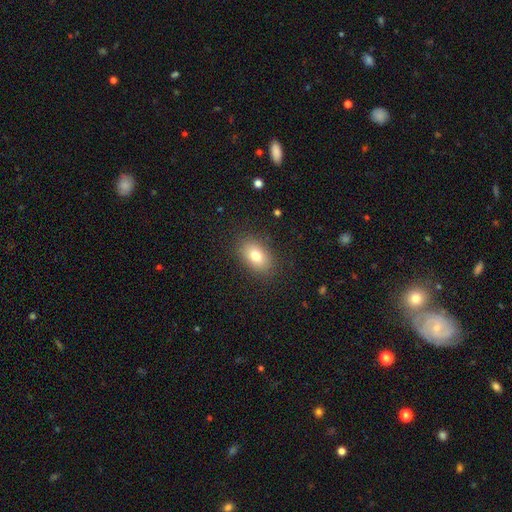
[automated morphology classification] Overall: smooth (79%). How rounded: in between (85%). Merging: none (86%).